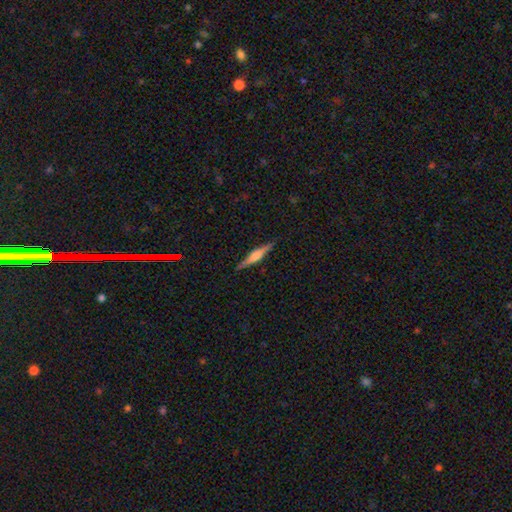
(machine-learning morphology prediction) Q: Smooth or featured?
A: featured or disk (65%); runner-up: smooth (29%)
Q: Edge-on disk?
A: yes (98%); runner-up: no (2%)
Q: Edge-on bulge?
A: rounded (64%); runner-up: boxy (27%)
Q: Merging?
A: none (89%); runner-up: minor disturbance (8%)